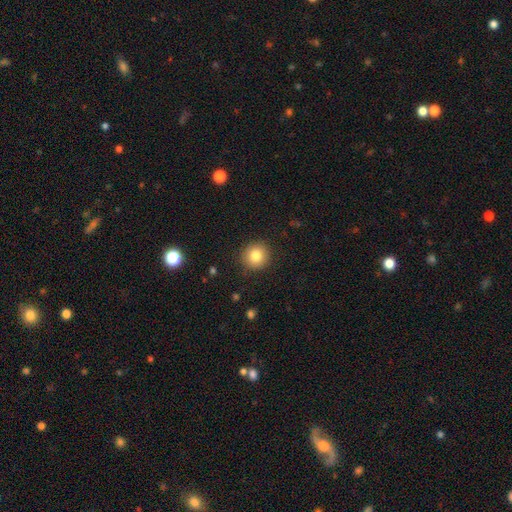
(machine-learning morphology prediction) Smooth or featured: smooth — 82% (star or artifact — 10%)
How rounded: round — 92% (in between — 7%)
Merging: none — 90% (minor disturbance — 7%)